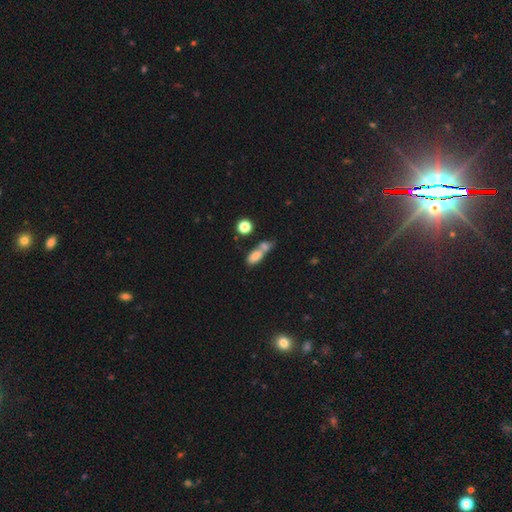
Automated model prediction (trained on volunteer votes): Smooth or featured? Predicted: smooth (p=0.75). How rounded? Predicted: in between (p=0.75). Merging? Predicted: merger (p=0.56).